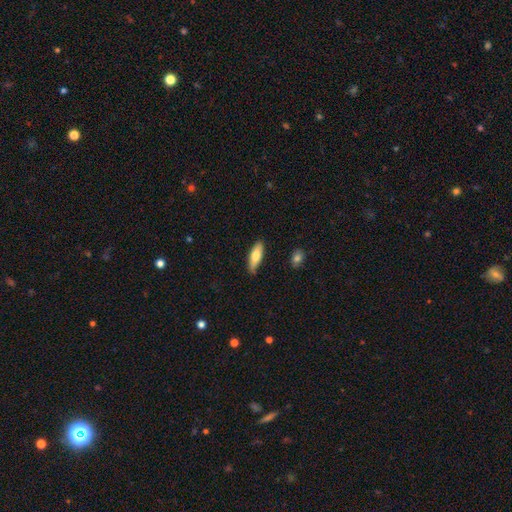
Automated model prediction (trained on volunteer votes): Smooth or featured? Predicted: smooth (p=0.75). How rounded? Predicted: in between (p=0.54). Merging? Predicted: none (p=0.85).